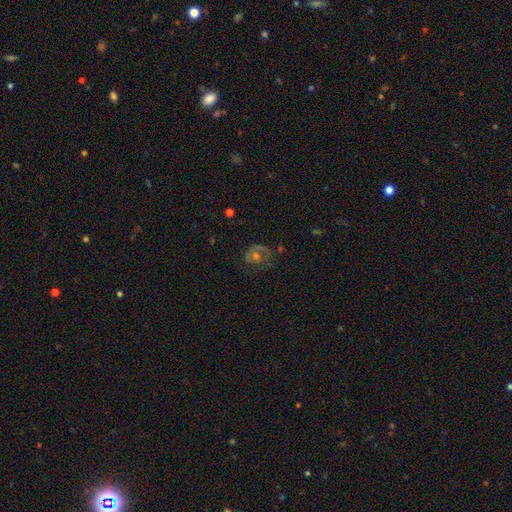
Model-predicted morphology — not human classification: A featured or disk galaxy (50%). Merging: none (57%).